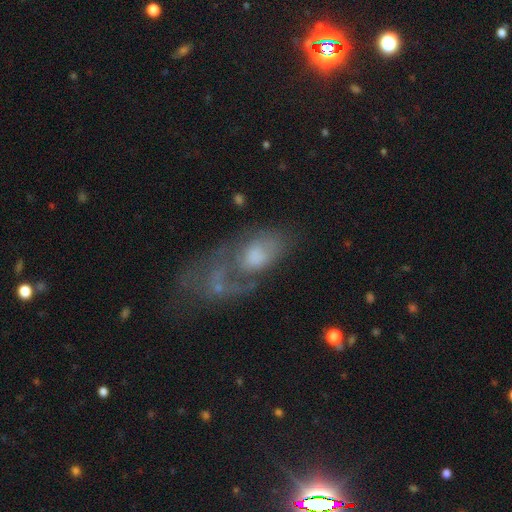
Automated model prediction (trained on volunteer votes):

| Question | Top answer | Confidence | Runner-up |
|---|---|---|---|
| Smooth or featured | featured or disk | 55% | smooth (36%) |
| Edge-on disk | no | 94% | yes (6%) |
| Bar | no | 81% | weak (16%) |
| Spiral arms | no | 53% | yes (47%) |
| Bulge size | moderate | 40% | small (21%) |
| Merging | major disturbance | 43% | none (28%) |